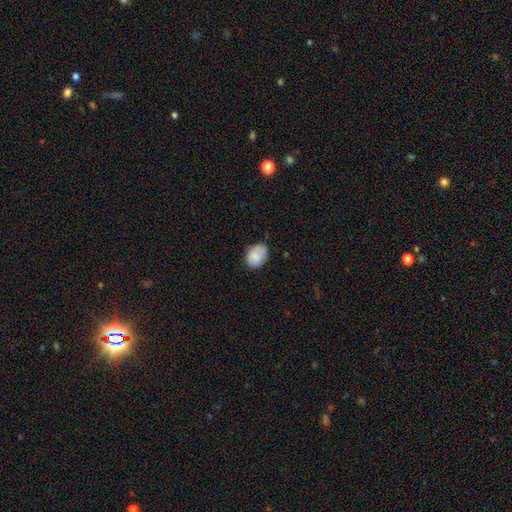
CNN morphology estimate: Q: Smooth or featured?
A: smooth (79%); runner-up: featured or disk (12%)
Q: How rounded?
A: in between (67%); runner-up: round (32%)
Q: Merging?
A: none (62%); runner-up: minor disturbance (30%)